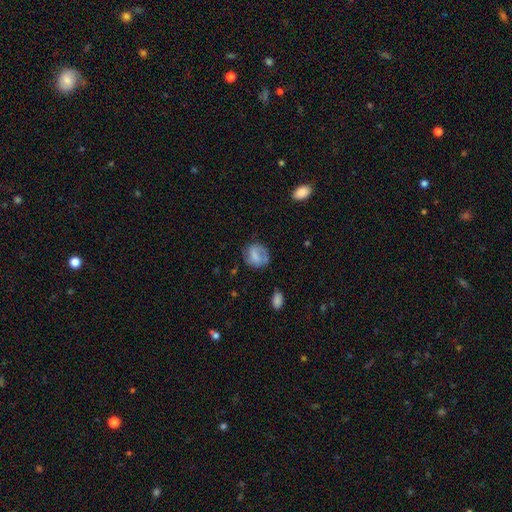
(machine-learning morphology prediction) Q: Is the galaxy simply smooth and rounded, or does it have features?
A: smooth — 62%.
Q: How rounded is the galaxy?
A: round — 67%.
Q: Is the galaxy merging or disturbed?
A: none — 58%.